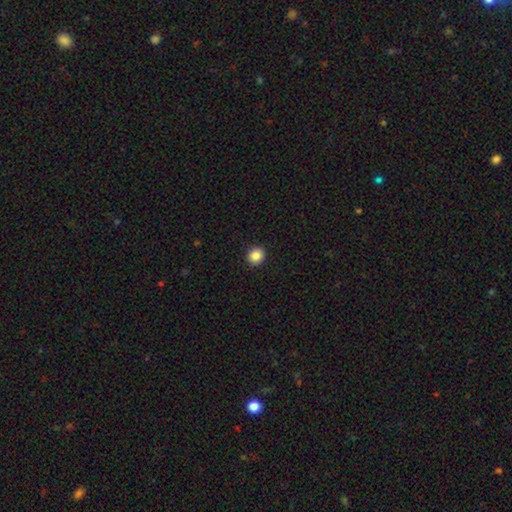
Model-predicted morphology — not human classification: A smooth galaxy with no disk features (86%) that is round (89%).

Vote fractions:
- Smooth or featured? smooth: 86% / star or artifact: 10% / featured or disk: 4%
- How rounded? round: 89% / in between: 10% / cigar-shaped: 1%
- Merging? none: 93% / minor disturbance: 5% / major disturbance: 2% / merger: 1%